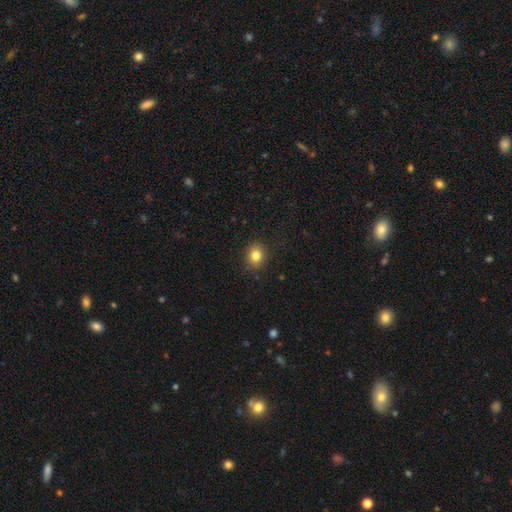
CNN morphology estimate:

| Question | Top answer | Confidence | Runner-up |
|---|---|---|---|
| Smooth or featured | smooth | 82% | star or artifact (11%) |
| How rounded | round | 63% | in between (36%) |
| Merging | none | 88% | minor disturbance (9%) |